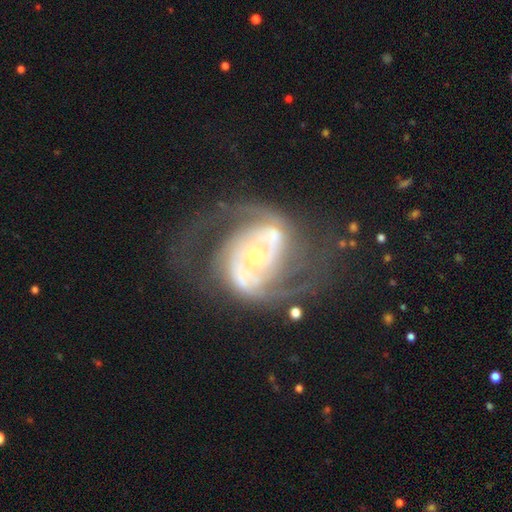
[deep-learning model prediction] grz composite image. It shows a featured or disk galaxy (89%) with no bar (60%), 2 (72%) medium (47%) spiral arms (95%) and a moderate central bulge (57%). Merging: none (56%).